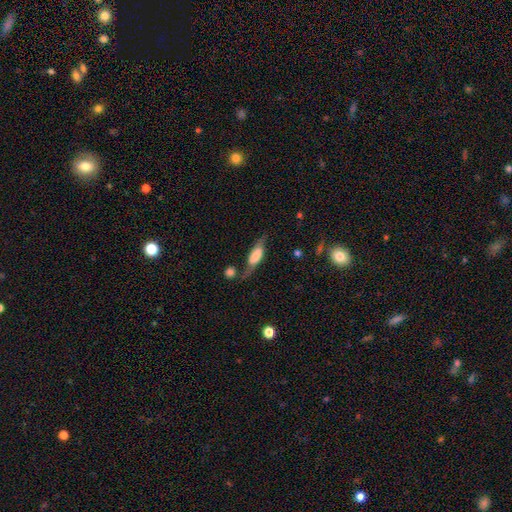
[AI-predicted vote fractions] smooth-or-featured: featured or disk: 47% | smooth: 46% | star or artifact: 8%
  merging: none: 52% | minor disturbance: 24% | major disturbance: 15% | merger: 9%